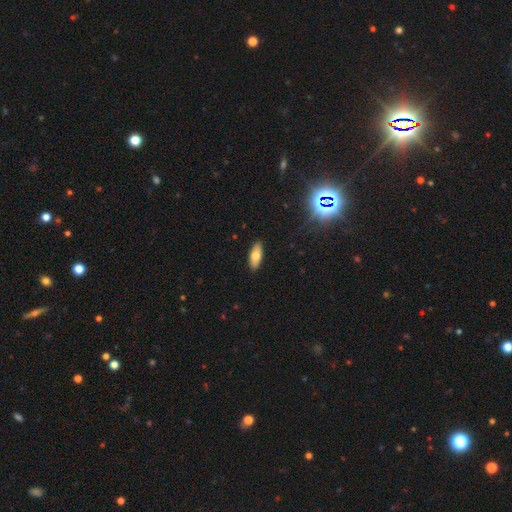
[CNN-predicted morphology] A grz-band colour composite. It shows a smooth galaxy with no disk features (70%) that is in between round and cigar-shaped (75%). Merging: none (89%).